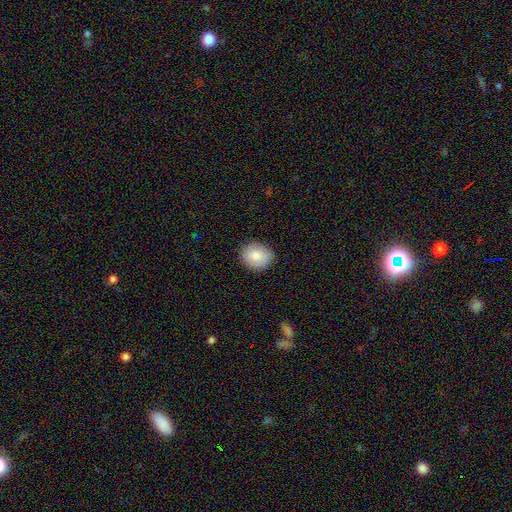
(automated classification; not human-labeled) Morphology: type=smooth (83%); roundness=round (62%); merging=none (87%).